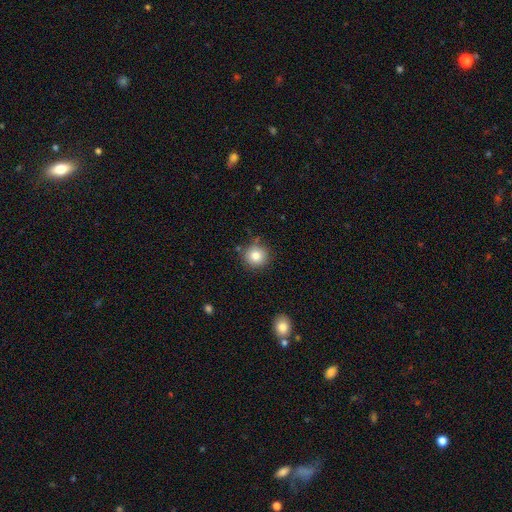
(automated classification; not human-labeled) Smooth or featured?
  - smooth: 81% *
  - star or artifact: 11%
  - featured or disk: 8%
How rounded?
  - round: 93% *
  - in between: 6%
  - cigar-shaped: 1%
Merging?
  - none: 84% *
  - minor disturbance: 9%
  - merger: 4%
  - major disturbance: 3%